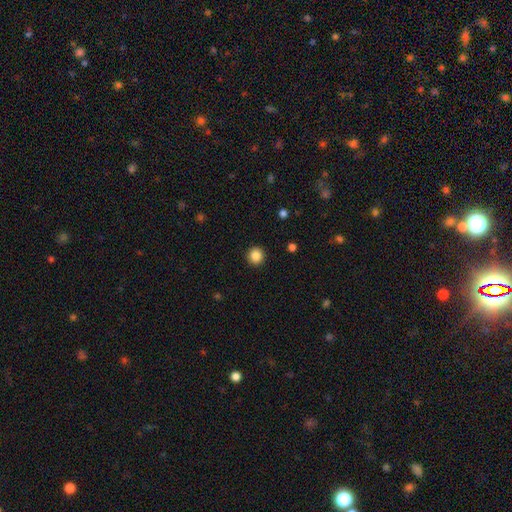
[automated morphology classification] smooth 86%, star or artifact 10%, featured or disk 4%. Down the decision tree: how rounded — round (95%); merging — none (93%).